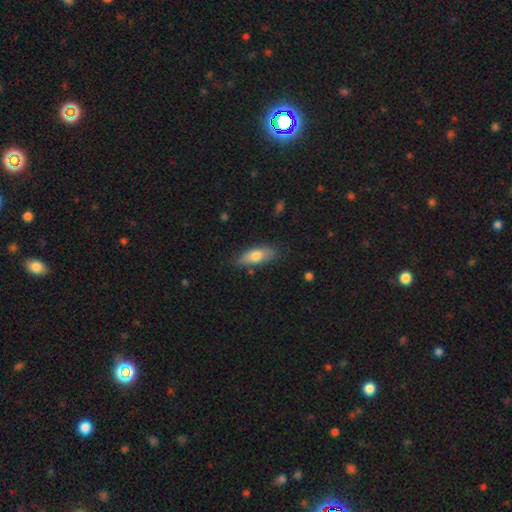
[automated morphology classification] Smooth or featured: smooth — 70% (featured or disk — 23%)
How rounded: in between — 71% (cigar-shaped — 26%)
Merging: none — 77% (minor disturbance — 17%)